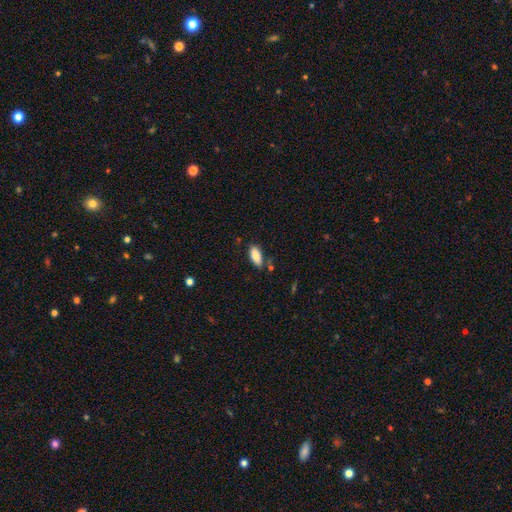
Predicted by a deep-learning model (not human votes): A smooth galaxy with no disk features (85%) that is in between round and cigar-shaped (86%).

Vote fractions:
- Smooth or featured? smooth: 85% / featured or disk: 8% / star or artifact: 7%
- How rounded? in between: 86% / cigar-shaped: 12% / round: 2%
- Merging? none: 77% / minor disturbance: 15% / merger: 5% / major disturbance: 3%